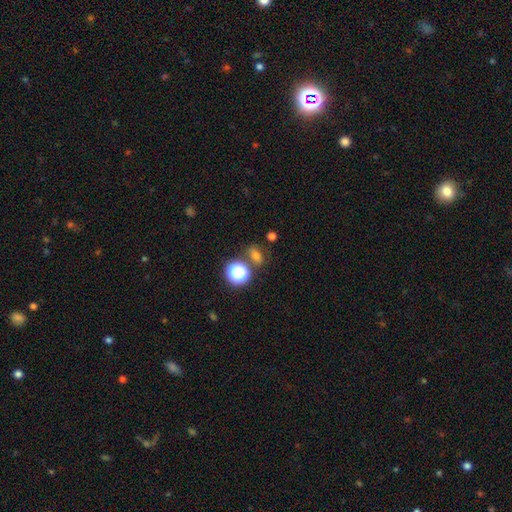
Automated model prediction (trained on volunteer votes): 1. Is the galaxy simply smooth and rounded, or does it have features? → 62% smooth, 25% star or artifact, 13% featured or disk.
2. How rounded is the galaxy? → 53% in between, 43% round, 4% cigar-shaped.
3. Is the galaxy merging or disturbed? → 74% none, 13% minor disturbance, 9% merger, 5% major disturbance.